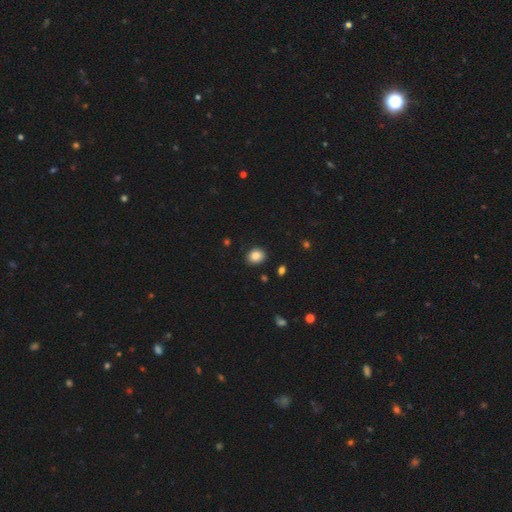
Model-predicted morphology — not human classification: A smooth galaxy with no disk features (86%) that is round (58%).

Vote fractions:
- Smooth or featured? smooth: 86% / star or artifact: 9% / featured or disk: 5%
- How rounded? round: 58% / in between: 41% / cigar-shaped: 1%
- Merging? none: 88% / minor disturbance: 9% / major disturbance: 2% / merger: 1%